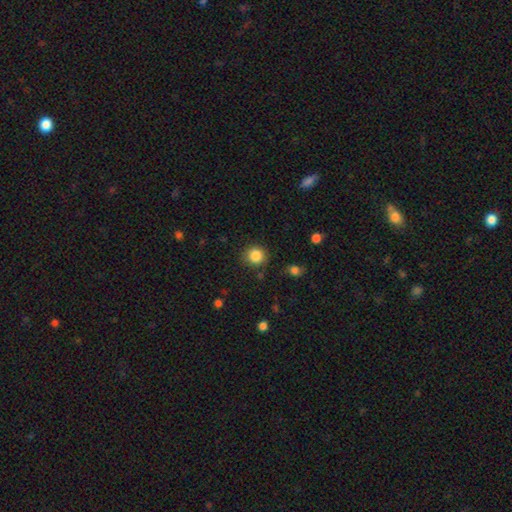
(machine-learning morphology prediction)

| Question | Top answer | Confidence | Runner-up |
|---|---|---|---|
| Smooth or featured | smooth | 85% | star or artifact (11%) |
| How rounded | round | 90% | in between (9%) |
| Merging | none | 86% | minor disturbance (9%) |